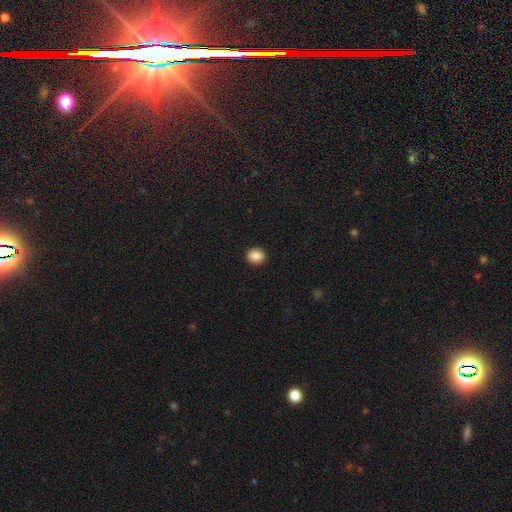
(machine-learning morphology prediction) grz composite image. It shows a smooth galaxy with no disk features (88%) that is round (78%). Merging: none (92%).